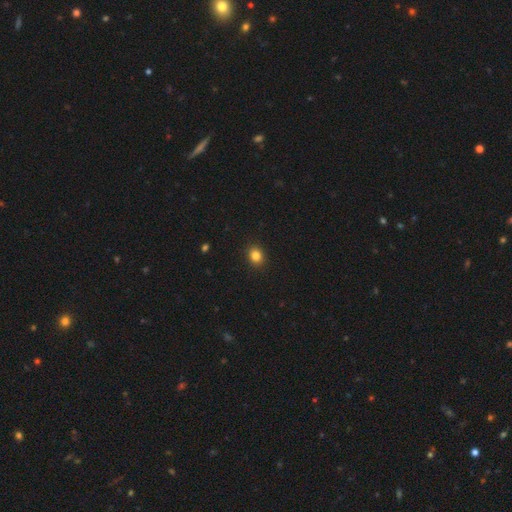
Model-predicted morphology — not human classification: A smooth galaxy with no disk features (84%) that is round (62%). Merging: none (91%).